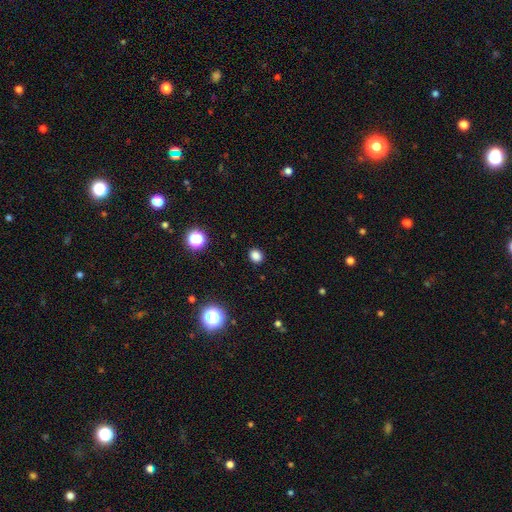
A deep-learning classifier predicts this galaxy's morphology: smooth 82%, star or artifact 14%, featured or disk 3%. Down the decision tree: how rounded — round (60%); merging — none (90%).